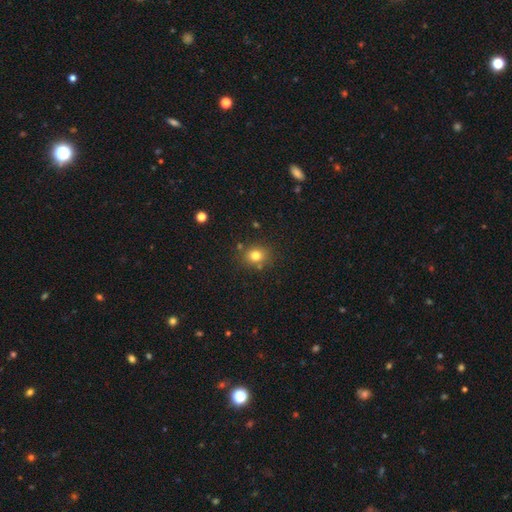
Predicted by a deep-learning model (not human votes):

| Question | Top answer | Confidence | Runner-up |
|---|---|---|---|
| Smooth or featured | smooth | 78% | star or artifact (14%) |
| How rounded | round | 70% | in between (29%) |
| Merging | none | 79% | minor disturbance (11%) |